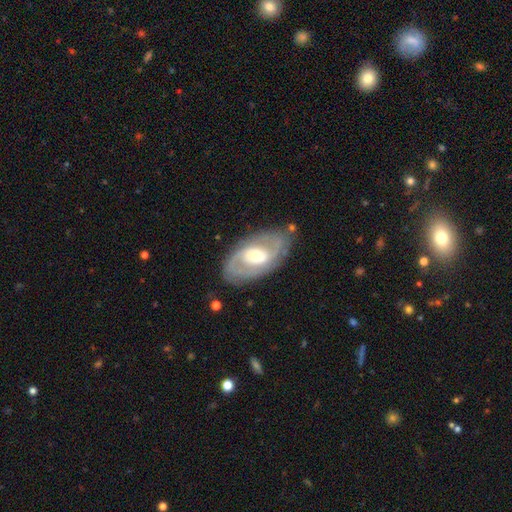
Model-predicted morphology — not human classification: A featured or disk galaxy (79%) with no bar (46%), 2 (74%) medium (42%, tied with tight) spiral arms (85%) and a moderate central bulge (57%).

Vote fractions:
- Smooth or featured? featured or disk: 79% / smooth: 16% / star or artifact: 5%
- Edge-on disk? no: 94% / yes: 6%
- Bar? no: 46% / weak: 40% / strong: 14%
- Spiral arms? yes: 85% / no: 15%
- Spiral winding? medium: 42% (tied) / tight: 42% (tied) / loose: 16%
- Spiral arm count? 2: 74% / can't tell: 16% / 3: 4% / 1: 3% / 4: 2% / more than 4: 1%
- Bulge size? moderate: 57% / small: 31% / large: 9% / dominant: 1% / none: 1%
- Merging? none: 77% / minor disturbance: 15% / major disturbance: 6% / merger: 2%